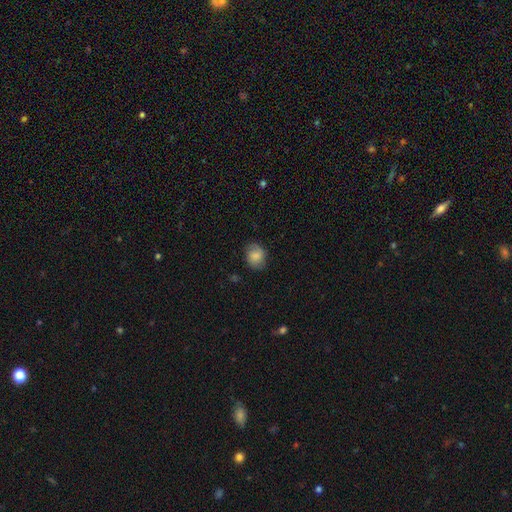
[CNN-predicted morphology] Smooth or featured? Predicted: smooth (p=0.69). How rounded? Predicted: round (p=0.57). Merging? Predicted: none (p=0.75).